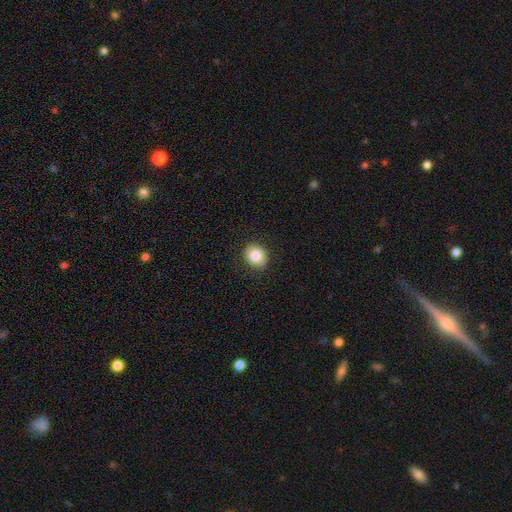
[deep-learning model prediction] smooth_or_featured: smooth (p=0.80) [alt: featured or disk p=0.12]
how_rounded: round (p=0.70) [alt: in between p=0.29]
merging: none (p=0.86) [alt: minor disturbance p=0.10]